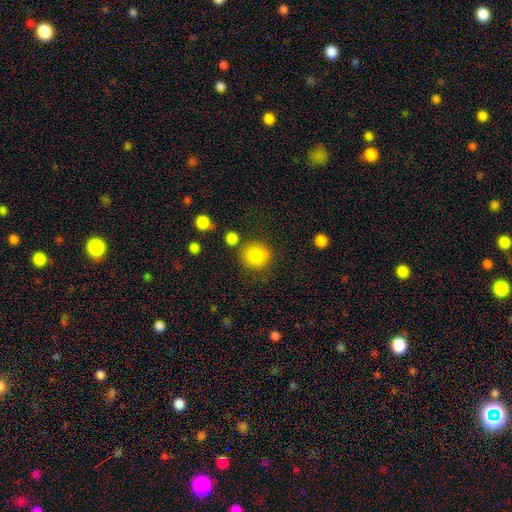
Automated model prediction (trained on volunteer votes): Smooth or featured? Predicted: smooth (p=0.85). How rounded? Predicted: round (p=0.89). Merging? Predicted: none (p=0.79).